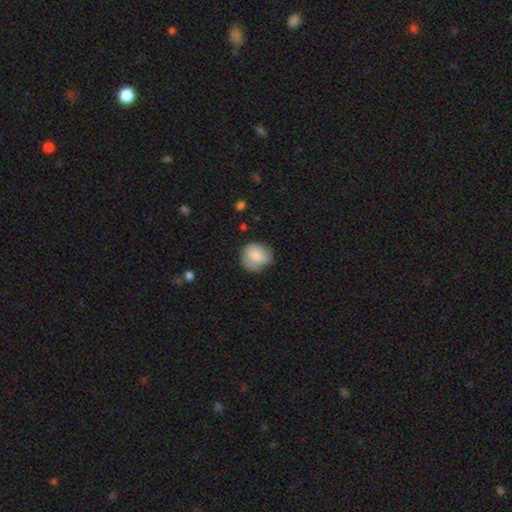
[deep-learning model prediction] Smooth or featured: smooth — 76% (featured or disk — 17%)
How rounded: round — 83% (in between — 16%)
Merging: none — 71% (minor disturbance — 22%)